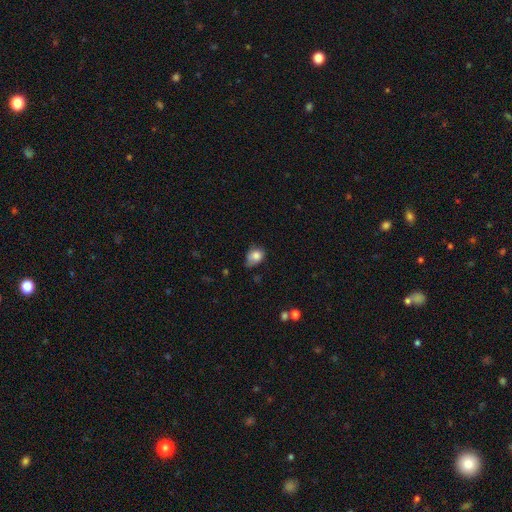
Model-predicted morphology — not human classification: The model was most divided on "merging": minor disturbance: 43%, none: 40%, major disturbance: 13%, merger: 3%. More confident: smooth or featured — smooth (81%); how rounded — in between (56%).